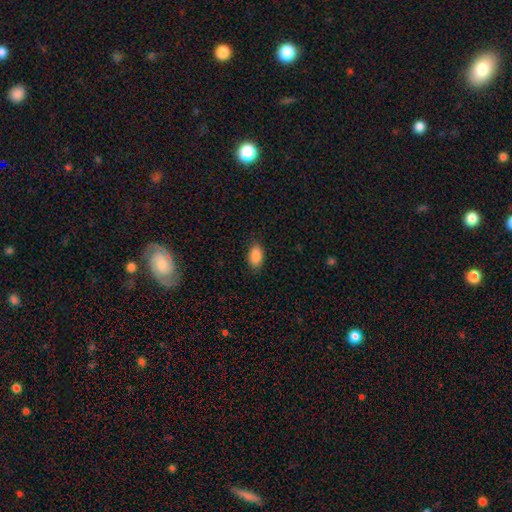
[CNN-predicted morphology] This is clearly a smooth galaxy (90%). How rounded: clearly in between (93%). Merging: clearly none (85%).